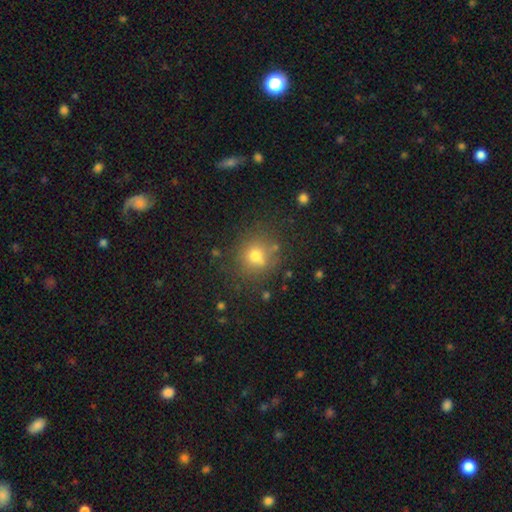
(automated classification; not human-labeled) The model was most divided on "smooth or featured": smooth: 72%, star or artifact: 17%, featured or disk: 11%. More confident: how rounded — round (87%); merging — none (76%).